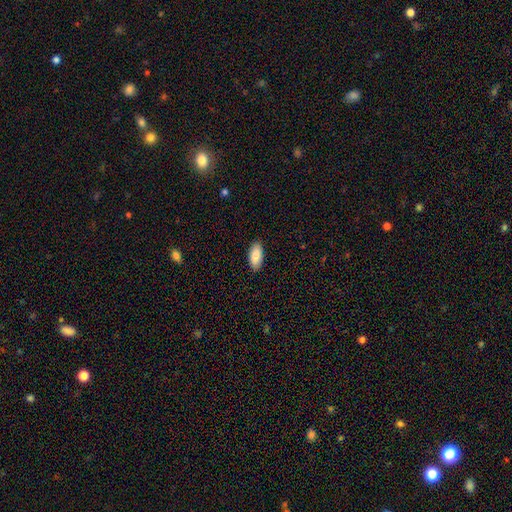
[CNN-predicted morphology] This is clearly a smooth galaxy (87%). How rounded: clearly in between (92%). Merging: clearly none (89%).